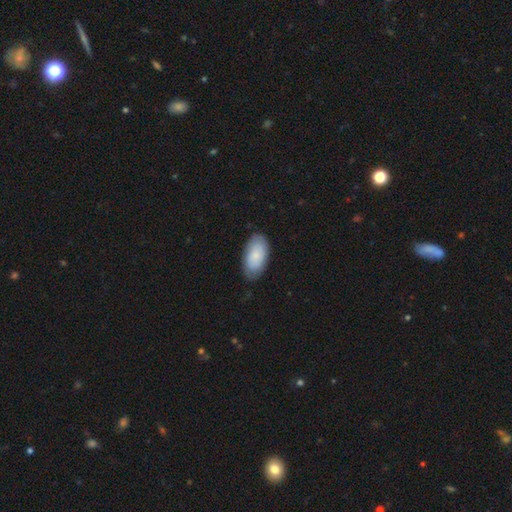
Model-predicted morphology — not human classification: Smooth or featured: smooth — 77% (featured or disk — 17%)
How rounded: in between — 95% (cigar-shaped — 2%)
Merging: none — 80% (minor disturbance — 16%)